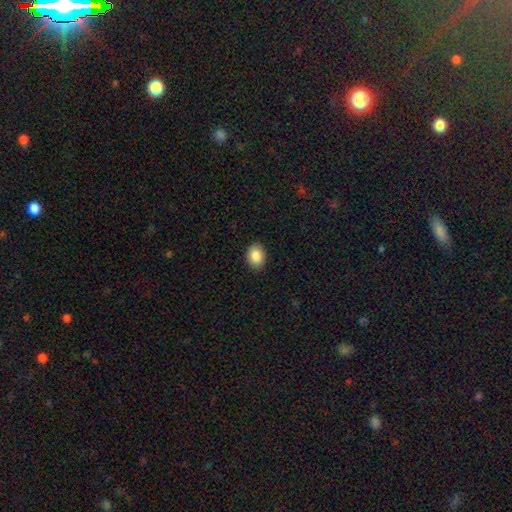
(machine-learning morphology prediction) Smooth or featured?
  - smooth: 88% *
  - star or artifact: 7%
  - featured or disk: 4%
How rounded?
  - in between: 68% *
  - round: 32%
  - cigar-shaped: 1%
Merging?
  - none: 89% *
  - minor disturbance: 8%
  - major disturbance: 2%
  - merger: 1%